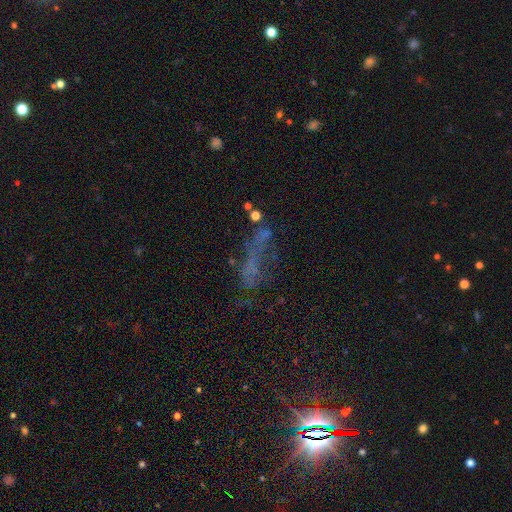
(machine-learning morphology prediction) Overall: star or artifact (41%; featured or disk 33%).